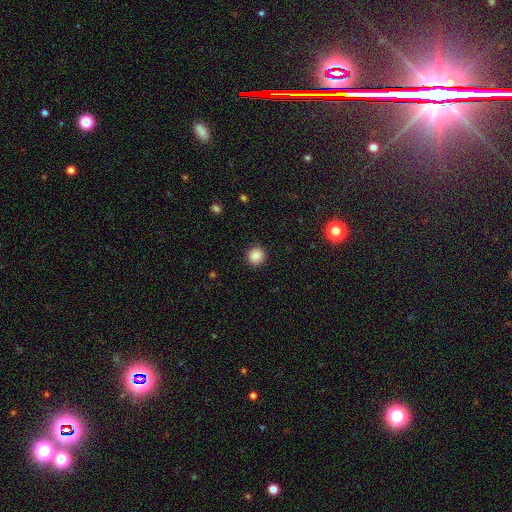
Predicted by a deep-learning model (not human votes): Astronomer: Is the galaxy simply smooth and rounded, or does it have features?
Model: smooth — 85%.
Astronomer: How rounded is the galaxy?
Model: round — 93%.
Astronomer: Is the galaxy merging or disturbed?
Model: none — 91%.